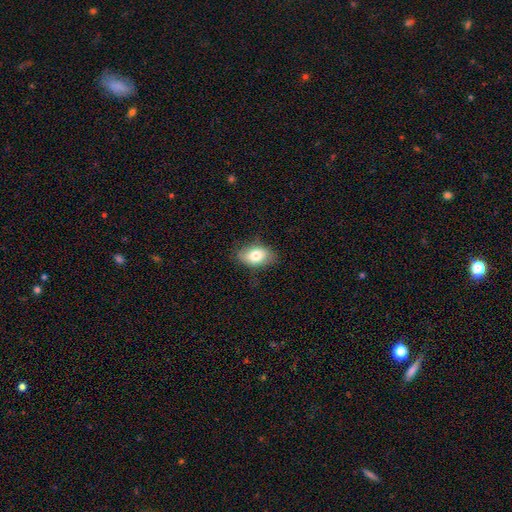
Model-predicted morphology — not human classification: smooth 77%, featured or disk 16%, star or artifact 8%. Down the decision tree: how rounded — in between (89%); merging — none (76%).